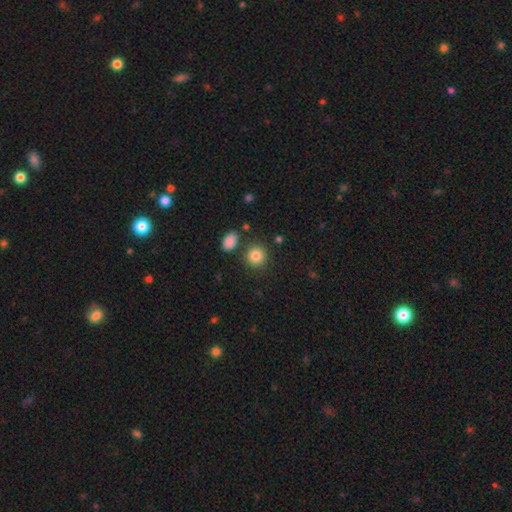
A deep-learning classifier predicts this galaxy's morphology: Smooth or featured? smooth (85%)
How rounded? round (87%)
Merging? none (82%)